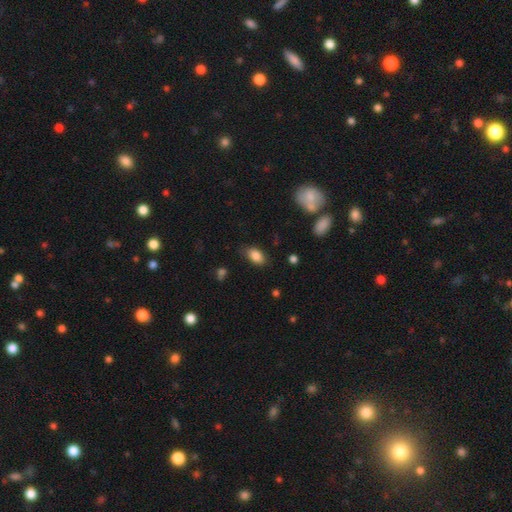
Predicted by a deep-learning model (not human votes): smooth-or-featured: smooth: 85% | star or artifact: 8% | featured or disk: 7%
  how-rounded: in between: 90% | round: 8% | cigar-shaped: 2%
  merging: none: 76% | minor disturbance: 18% | major disturbance: 4% | merger: 2%